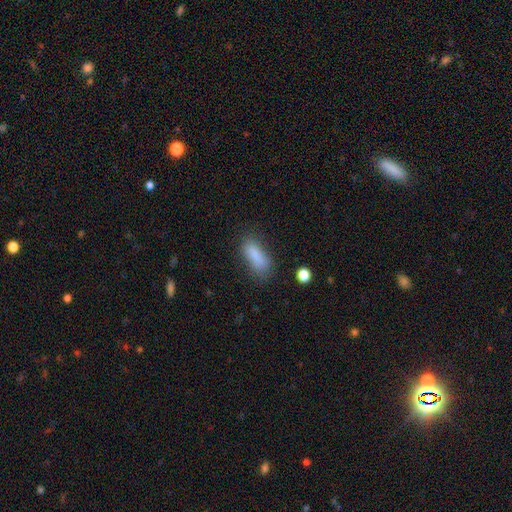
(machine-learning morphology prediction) smooth-or-featured: smooth: 83% | star or artifact: 9% | featured or disk: 7%
  how-rounded: in between: 69% | cigar-shaped: 29% | round: 3%
  merging: none: 68% | minor disturbance: 21% | major disturbance: 8% | merger: 3%